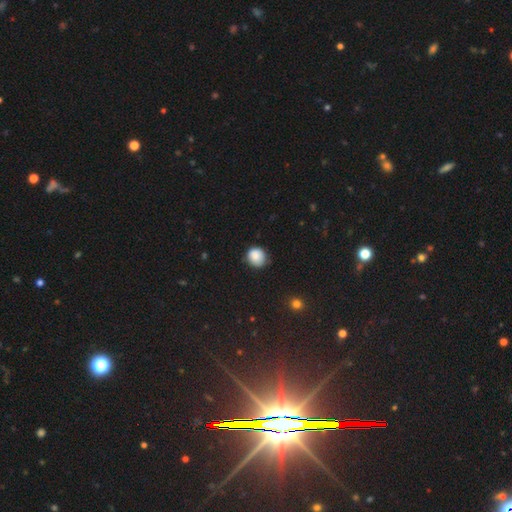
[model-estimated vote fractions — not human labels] A smooth galaxy with no disk features (85%) that is round (82%). Merging: none (77%).